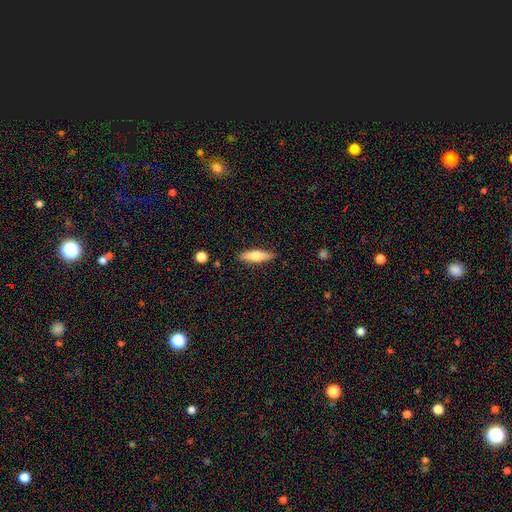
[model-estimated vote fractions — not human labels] A smooth galaxy with no disk features (65%) that is cigar-shaped (62%). Merging: none (87%).